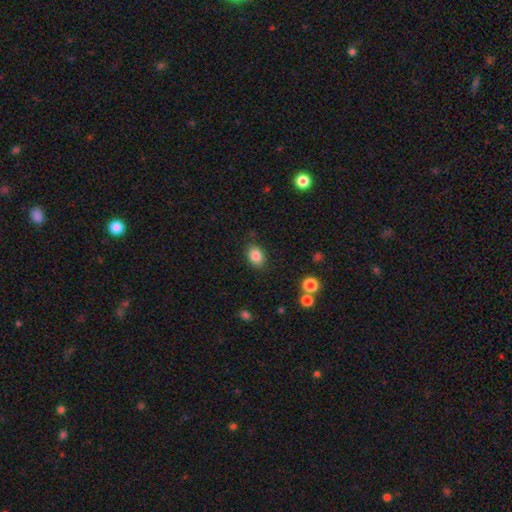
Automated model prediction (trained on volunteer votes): smooth-or-featured: smooth: 86% | star or artifact: 9% | featured or disk: 5%
  how-rounded: in between: 72% | round: 27% | cigar-shaped: 1%
  merging: none: 85% | minor disturbance: 11% | major disturbance: 3% | merger: 2%